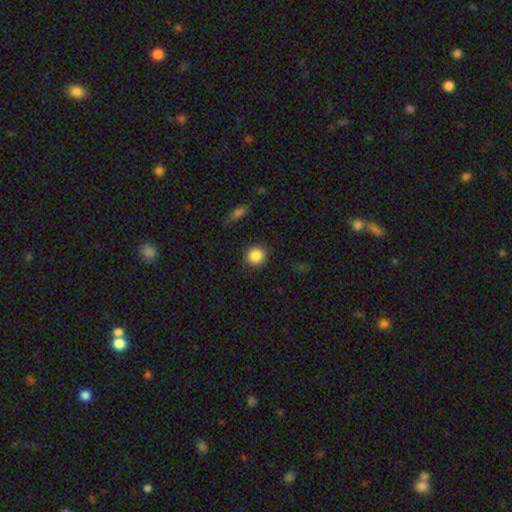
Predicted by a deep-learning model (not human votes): A smooth galaxy with no disk features (87%) that is round (91%).

Vote fractions:
- Smooth or featured? smooth: 87% / star or artifact: 9% / featured or disk: 4%
- How rounded? round: 91% / in between: 8% / cigar-shaped: 1%
- Merging? none: 88% / minor disturbance: 8% / major disturbance: 3% / merger: 1%